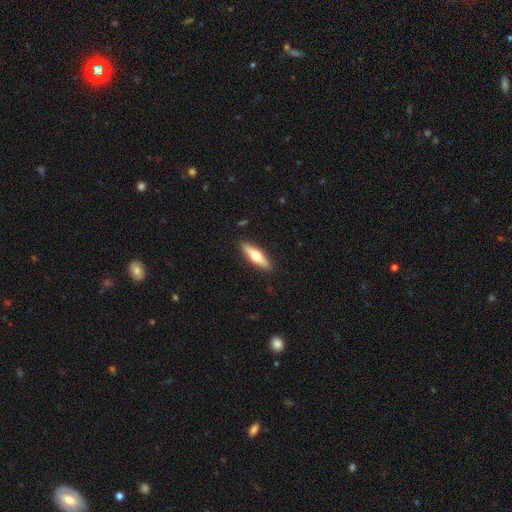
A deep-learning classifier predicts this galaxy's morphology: type=featured or disk (47%, tied with smooth); merging=none (90%).